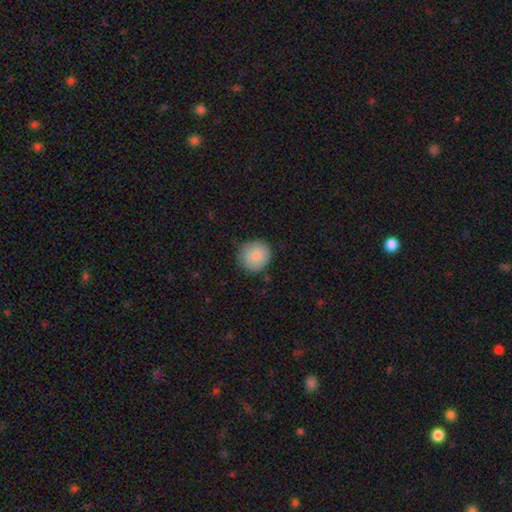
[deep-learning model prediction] smooth-or-featured: smooth: 83% | featured or disk: 9% | star or artifact: 8%
  how-rounded: round: 91% | in between: 8% | cigar-shaped: 1%
  merging: none: 81% | minor disturbance: 15% | major disturbance: 3% | merger: 1%